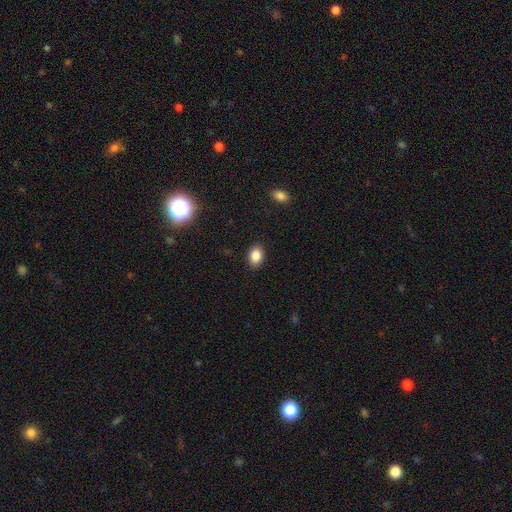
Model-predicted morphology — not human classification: Q: Smooth or featured?
A: smooth (86%); runner-up: star or artifact (9%)
Q: How rounded?
A: in between (75%); runner-up: round (24%)
Q: Merging?
A: none (88%); runner-up: minor disturbance (8%)